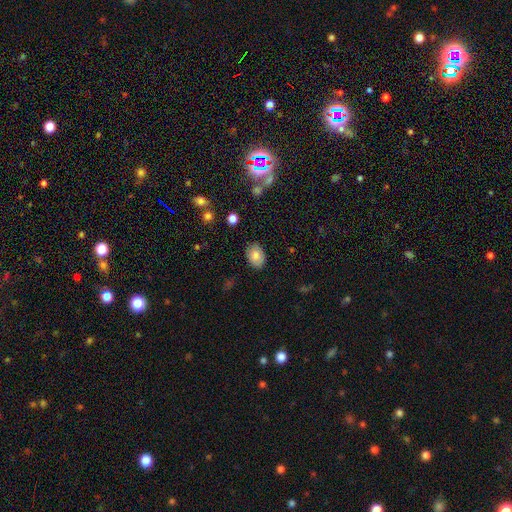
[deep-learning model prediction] This is clearly a smooth galaxy (81%). How rounded: likely in between (78%). Merging: clearly none (84%).